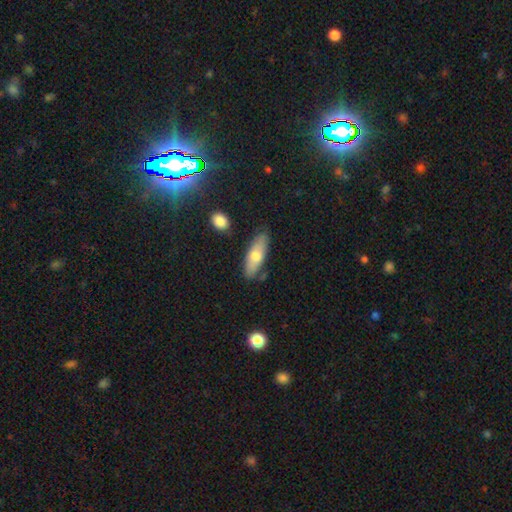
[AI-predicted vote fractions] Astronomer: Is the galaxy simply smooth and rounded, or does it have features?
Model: smooth — 66%.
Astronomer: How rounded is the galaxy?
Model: in between — 66%.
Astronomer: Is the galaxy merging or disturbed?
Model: none — 76%.